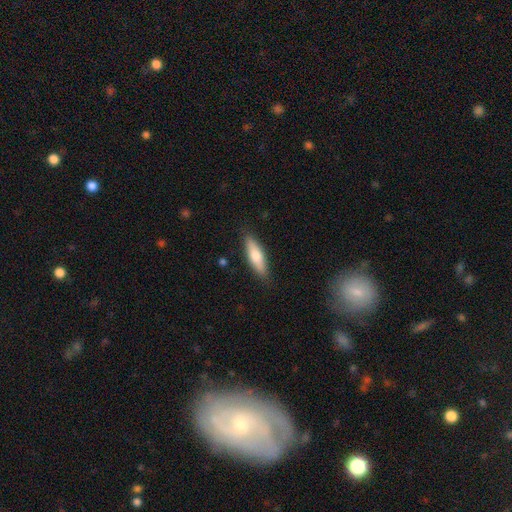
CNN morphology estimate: This is likely a smooth galaxy (68%). How rounded: possibly cigar-shaped (56%). Merging: clearly none (86%).